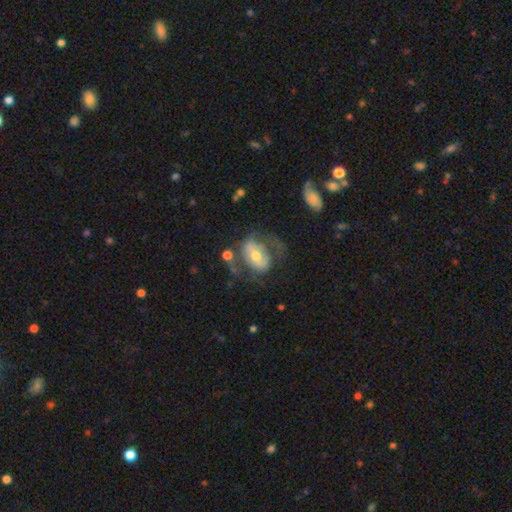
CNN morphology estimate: type=featured or disk (60%); edge-on=no (94%); bar=no (39%); spiral arms=yes (56%); bulge=moderate (66%); merging=none (44%).